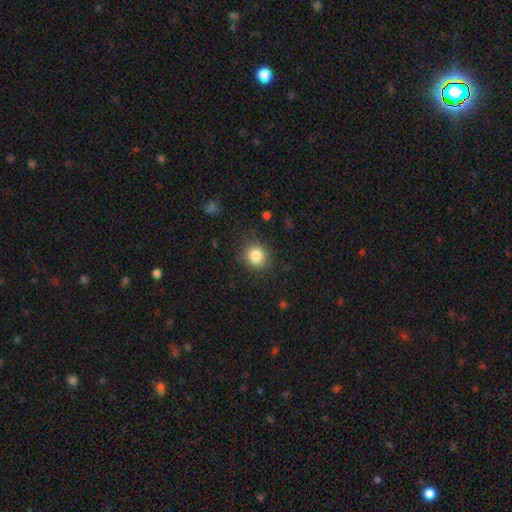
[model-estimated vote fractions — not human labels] Morphology: type=smooth (84%); roundness=round (87%); merging=none (85%).